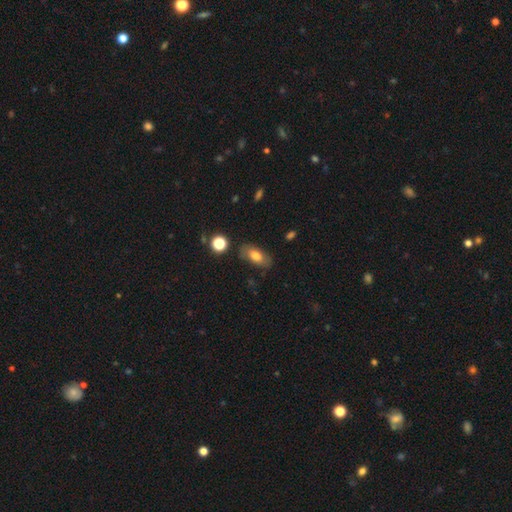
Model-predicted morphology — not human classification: This is likely a smooth galaxy (74%). How rounded: clearly in between (87%). Merging: likely none (77%).